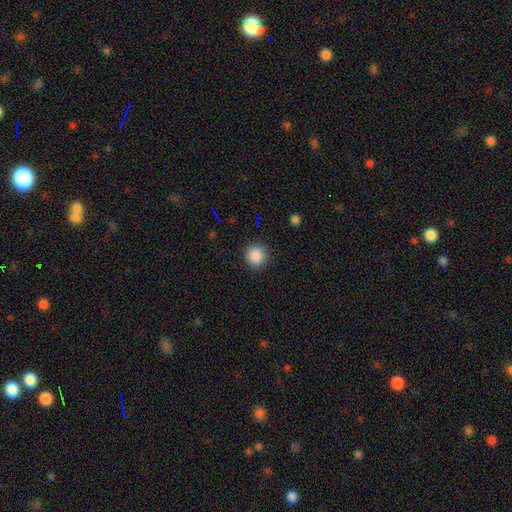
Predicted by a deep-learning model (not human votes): smooth 87%, star or artifact 10%, featured or disk 3%. Down the decision tree: how rounded — round (94%); merging — none (91%).